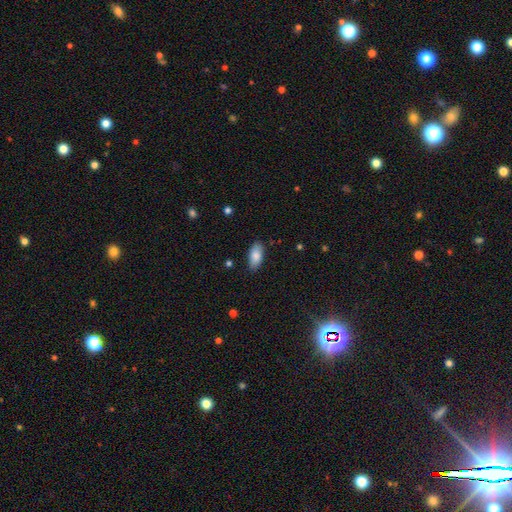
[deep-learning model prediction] smooth_or_featured: smooth (p=0.85) [alt: featured or disk p=0.09]
how_rounded: in between (p=0.90) [alt: cigar-shaped p=0.08]
merging: none (p=0.85) [alt: minor disturbance p=0.11]